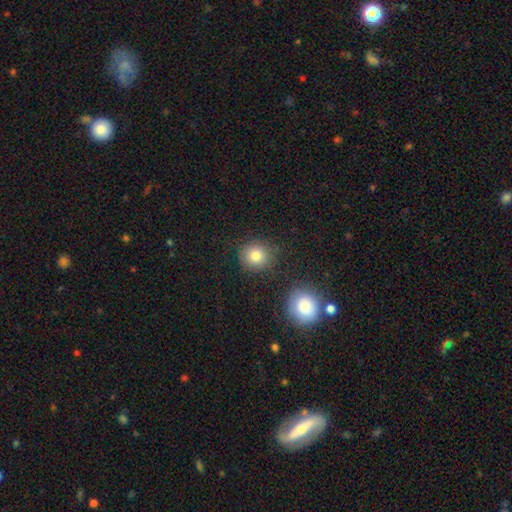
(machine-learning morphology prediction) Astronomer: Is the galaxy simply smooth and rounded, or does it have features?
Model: smooth — 81%.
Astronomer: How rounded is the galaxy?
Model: round — 87%.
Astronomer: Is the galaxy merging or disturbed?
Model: none — 83%.